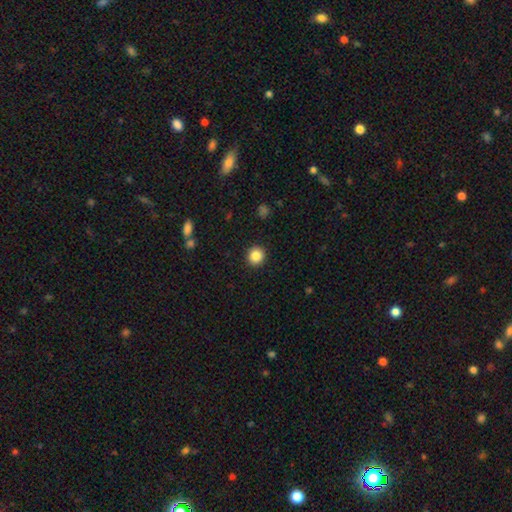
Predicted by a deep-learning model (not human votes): Smooth or featured? Predicted: smooth (p=0.85). How rounded? Predicted: round (p=0.91). Merging? Predicted: none (p=0.92).